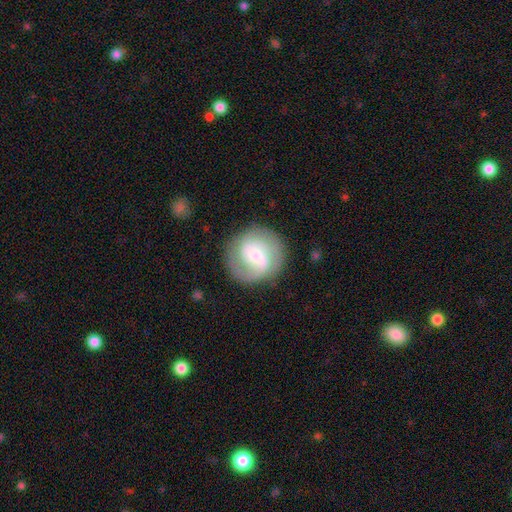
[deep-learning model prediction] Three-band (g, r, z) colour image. It shows a featured or disk galaxy (67%) with a weak bar (50%), 2 (73%) medium (46%) spiral arms (89%) and a small central bulge (50%). Merging: none (82%).